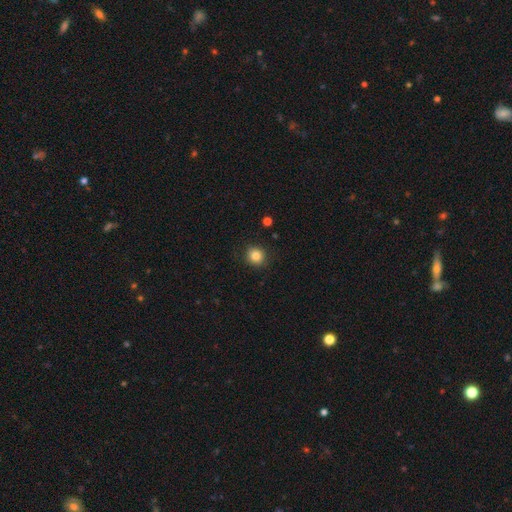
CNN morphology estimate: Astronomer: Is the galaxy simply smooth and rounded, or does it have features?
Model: smooth — 84%.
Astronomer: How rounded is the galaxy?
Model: round — 90%.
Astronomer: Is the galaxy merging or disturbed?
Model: none — 90%.